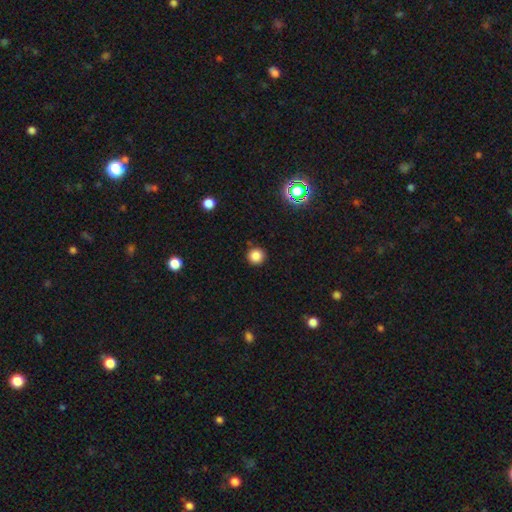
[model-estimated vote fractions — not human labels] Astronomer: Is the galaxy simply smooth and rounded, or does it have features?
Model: smooth — 84%.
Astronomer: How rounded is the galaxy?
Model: round — 95%.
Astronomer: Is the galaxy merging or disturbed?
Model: none — 91%.